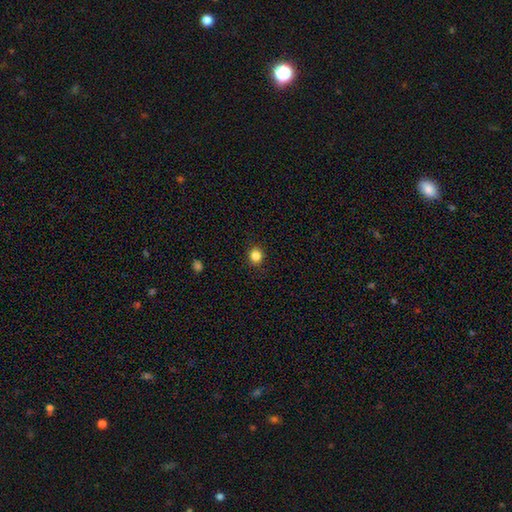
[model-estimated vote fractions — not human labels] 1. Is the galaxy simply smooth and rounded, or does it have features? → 85% smooth, 11% star or artifact, 4% featured or disk.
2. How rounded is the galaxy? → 86% round, 13% in between, 1% cigar-shaped.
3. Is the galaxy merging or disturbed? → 91% none, 6% minor disturbance, 2% major disturbance, 1% merger.